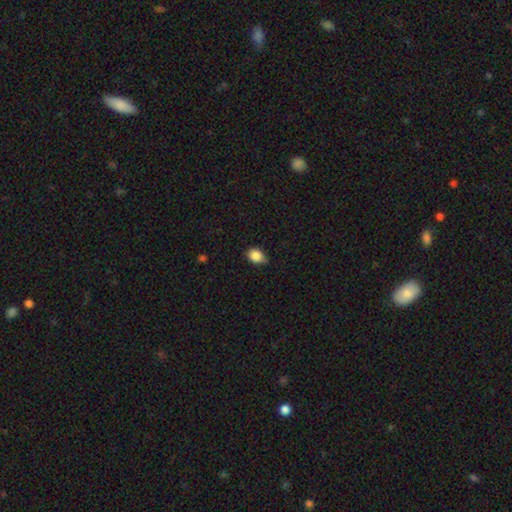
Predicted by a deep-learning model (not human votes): smooth_or_featured: smooth (p=0.86) [alt: star or artifact p=0.09]
how_rounded: in between (p=0.61) [alt: round p=0.38]
merging: none (p=0.67) [alt: minor disturbance p=0.28]